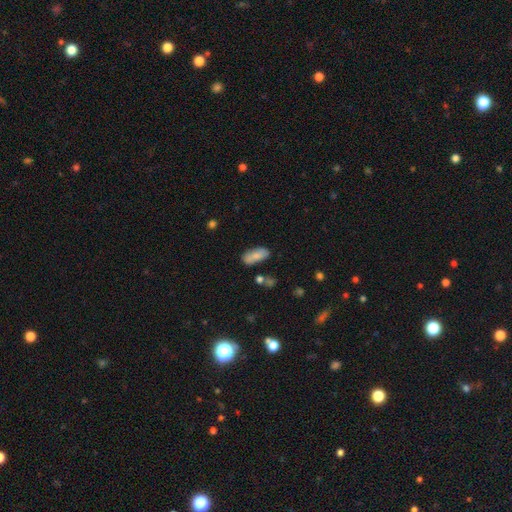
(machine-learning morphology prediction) This appears to be a smooth galaxy with no disk features (78%) that is in between round and cigar-shaped (86%). Merging: none (69%).